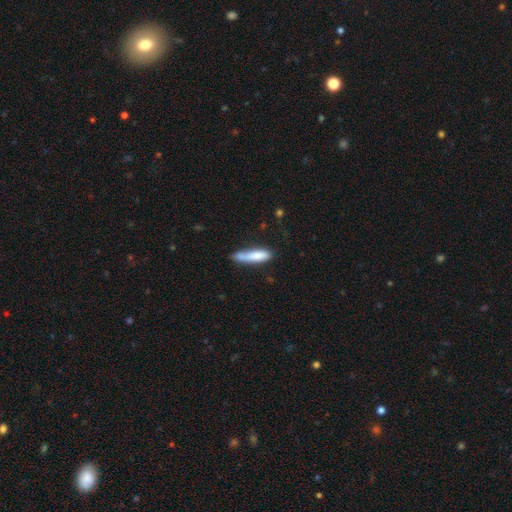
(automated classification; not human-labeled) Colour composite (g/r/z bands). It shows a smooth galaxy with no disk features (78%) that is cigar-shaped (76%). Merging: none (52%).